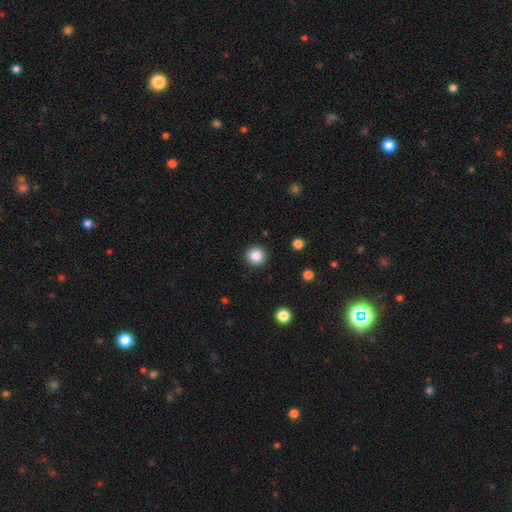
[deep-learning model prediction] Morphology: type=smooth (85%); roundness=round (96%); merging=none (93%).